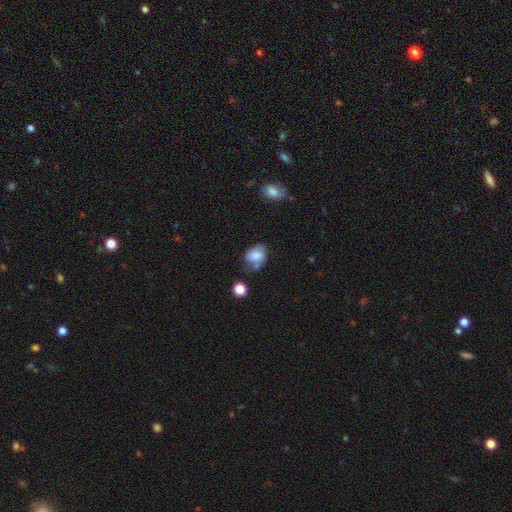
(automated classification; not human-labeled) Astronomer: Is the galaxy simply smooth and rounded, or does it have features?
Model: smooth — 69%.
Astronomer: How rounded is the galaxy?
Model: in between — 63%.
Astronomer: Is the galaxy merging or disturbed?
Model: none — 46% (runner-up: minor disturbance, 31%).